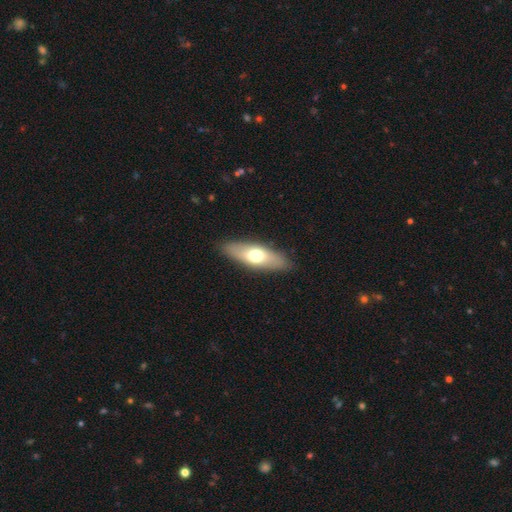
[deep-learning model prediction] A smooth galaxy with no disk features (60%) that is in between round and cigar-shaped (61%). Merging: none (87%).